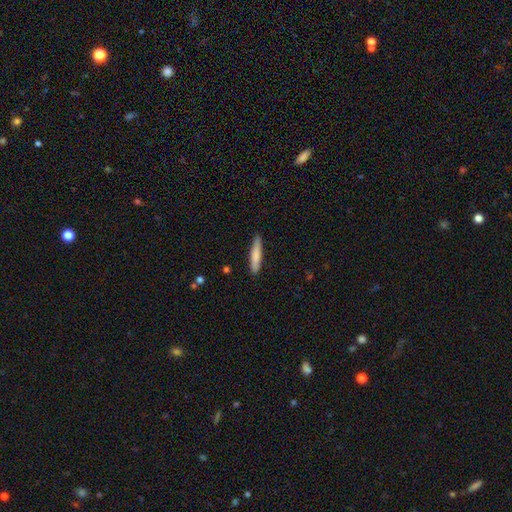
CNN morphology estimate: Overall: smooth (79%). How rounded: cigar-shaped (88%). Merging: none (88%).